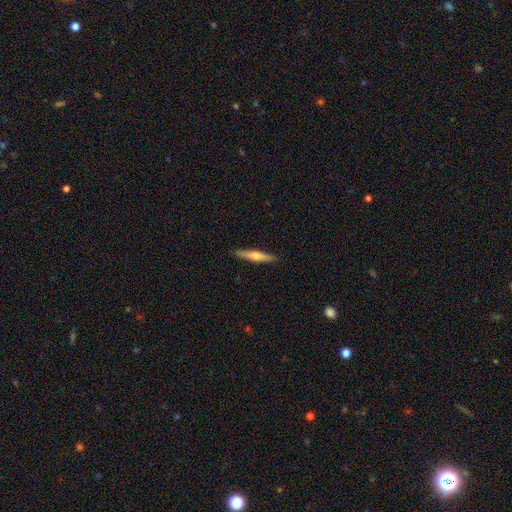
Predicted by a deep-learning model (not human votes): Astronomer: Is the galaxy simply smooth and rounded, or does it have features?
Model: featured or disk — 49% (runner-up: smooth, 46%).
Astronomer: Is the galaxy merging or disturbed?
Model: none — 91%.